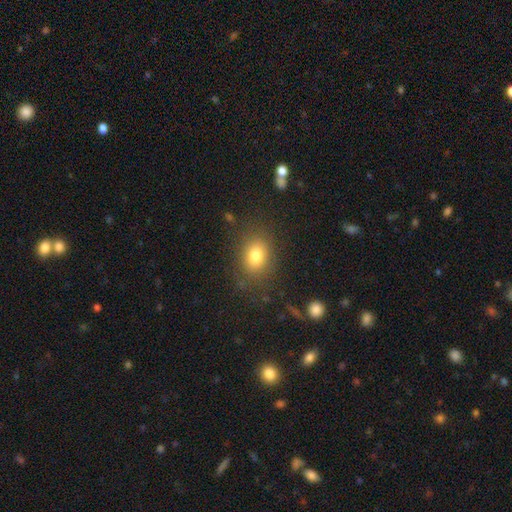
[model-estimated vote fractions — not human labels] smooth_or_featured: smooth (p=0.79) [alt: star or artifact p=0.11]
how_rounded: in between (p=0.64) [alt: round p=0.34]
merging: none (p=0.80) [alt: minor disturbance p=0.12]